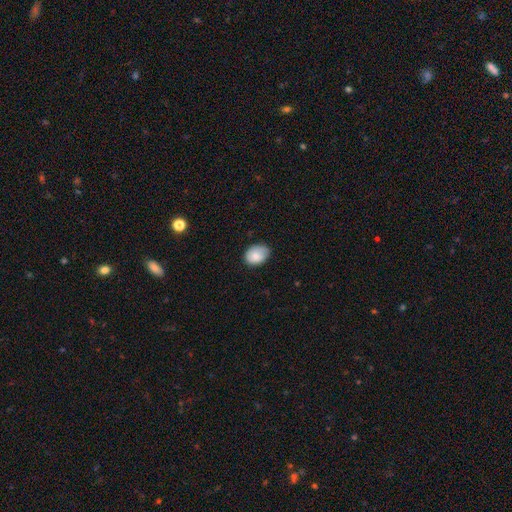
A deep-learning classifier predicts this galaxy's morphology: A smooth galaxy with no disk features (81%) that is in between round and cigar-shaped (73%). Merging: none (68%).